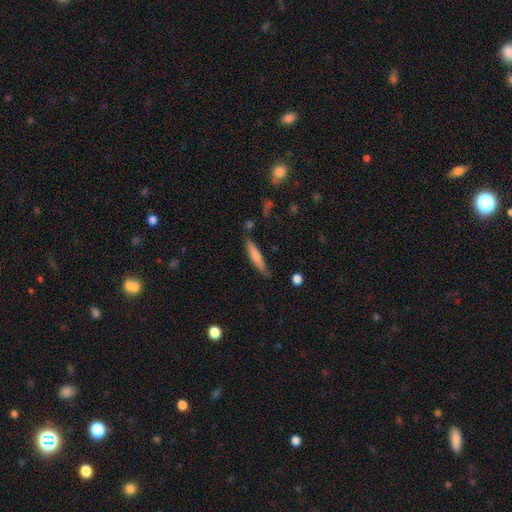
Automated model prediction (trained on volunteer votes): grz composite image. It shows a smooth galaxy with no disk features (67%) that is cigar-shaped (89%). Merging: none (77%).